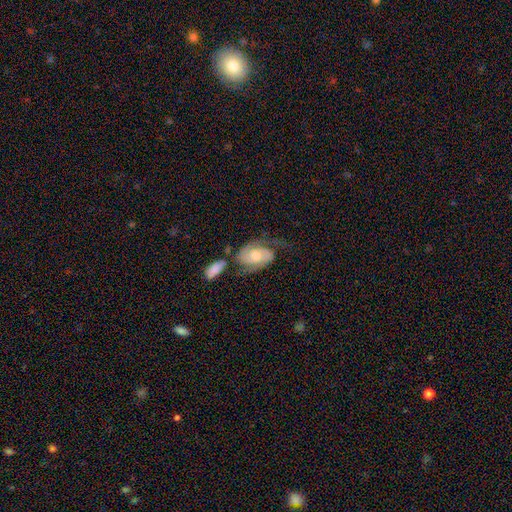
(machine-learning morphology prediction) Smooth or featured? featured or disk (79%)
Edge-on disk? no (96%)
Bar? no (57%)
Spiral arms? yes (96%)
Spiral winding? medium (47%)
Spiral arm count? 2 (86%)
Bulge size? moderate (57%)
Merging? none (46%)